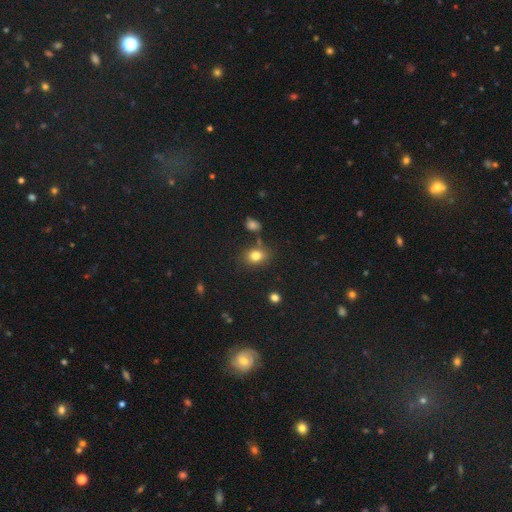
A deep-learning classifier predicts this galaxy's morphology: This is clearly a smooth galaxy (81%). How rounded: likely in between (62%). Merging: likely none (76%).